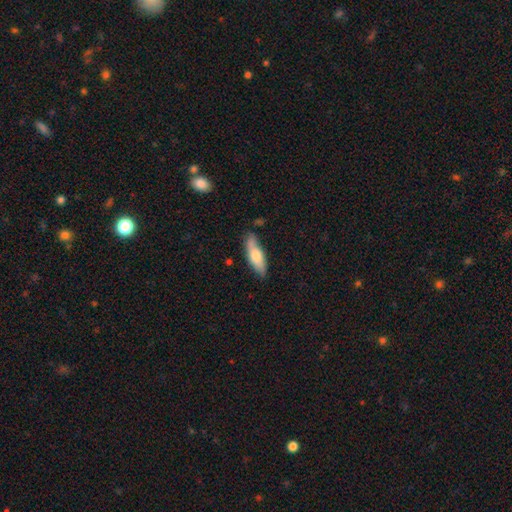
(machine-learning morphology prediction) type=smooth (70%); roundness=in between (55%); merging=none (69%).